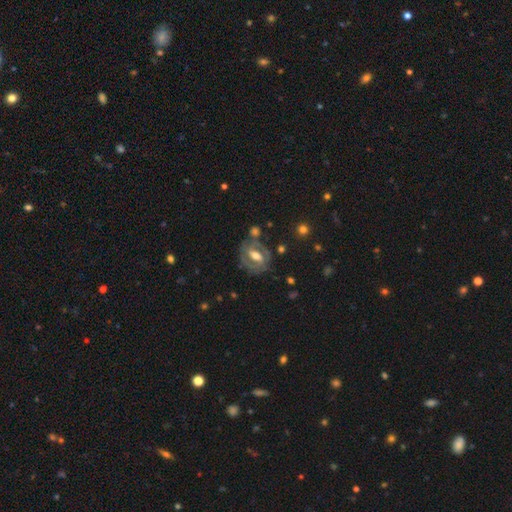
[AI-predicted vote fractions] Overall: featured or disk (73%). Edge-on disk: no (95%). Bar: weak (41%; strong 37%). Spiral arms: yes (76%). Spiral arm count: 2 (71%). Spiral winding: tight (49%; medium 40%). Bulge size: moderate (68%). Merging: none (65%).